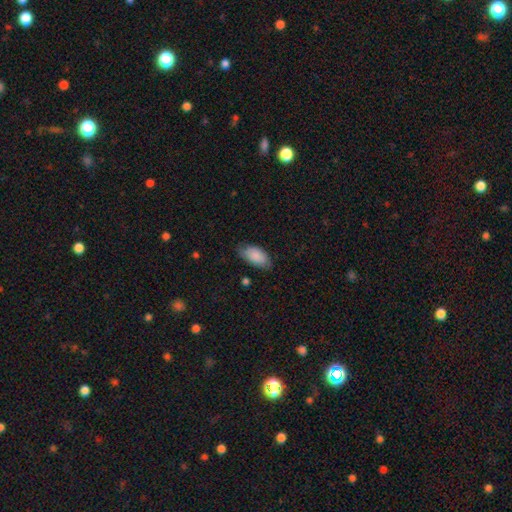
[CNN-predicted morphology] smooth 86%, featured or disk 8%, star or artifact 6%. Down the decision tree: how rounded — in between (94%); merging — none (71%).